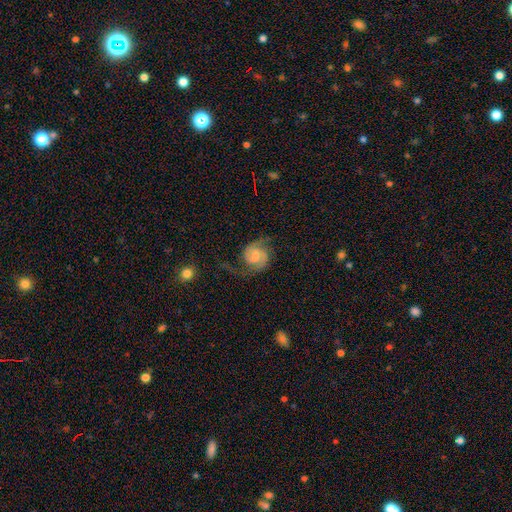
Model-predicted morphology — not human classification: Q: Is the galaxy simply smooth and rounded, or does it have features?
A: featured or disk — 76%.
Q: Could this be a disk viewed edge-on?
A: no — 98%.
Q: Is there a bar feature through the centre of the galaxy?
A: weak — 49%.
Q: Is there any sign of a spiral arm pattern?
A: yes — 95%.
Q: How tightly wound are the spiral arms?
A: medium — 45%.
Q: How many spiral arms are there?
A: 2 — 83%.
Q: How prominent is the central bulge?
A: moderate — 39%.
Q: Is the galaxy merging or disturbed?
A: none — 53%.